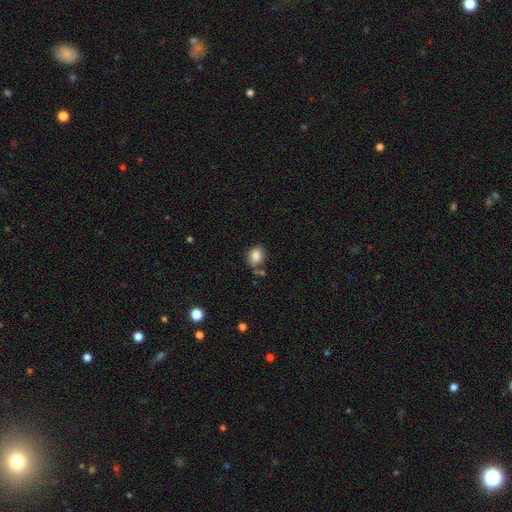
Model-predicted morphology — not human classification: Smooth or featured? Predicted: smooth (p=0.84). How rounded? Predicted: round (p=0.52). Merging? Predicted: none (p=0.64).